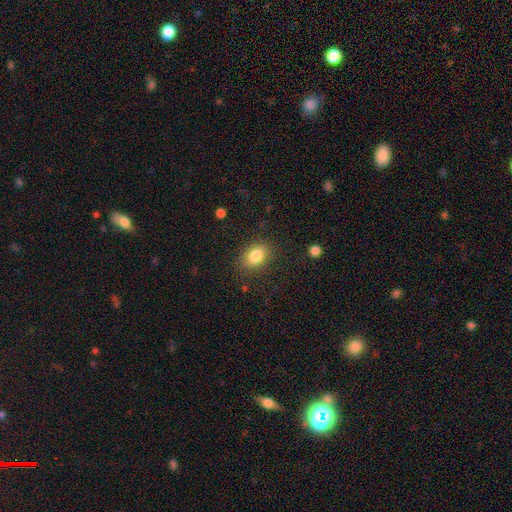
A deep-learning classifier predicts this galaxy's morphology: Q: Smooth or featured?
A: smooth (84%); runner-up: star or artifact (9%)
Q: How rounded?
A: in between (75%); runner-up: round (24%)
Q: Merging?
A: none (82%); runner-up: minor disturbance (12%)